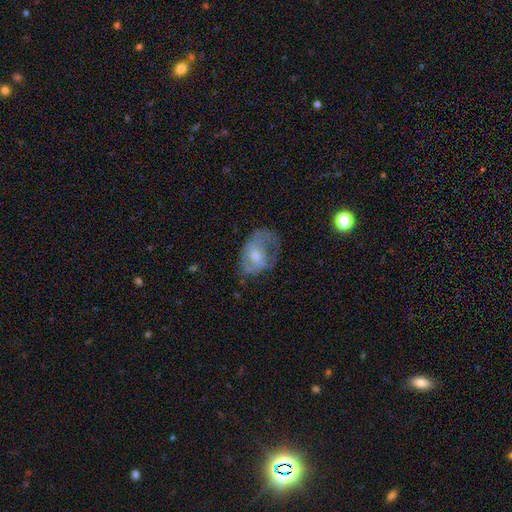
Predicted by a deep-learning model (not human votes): Q: Smooth or featured?
A: featured or disk (60%); runner-up: smooth (31%)
Q: Edge-on disk?
A: no (96%); runner-up: yes (4%)
Q: Bar?
A: no (53%); runner-up: weak (37%)
Q: Spiral arms?
A: yes (64%); runner-up: no (36%)
Q: Bulge size?
A: small (54%); runner-up: moderate (39%)
Q: Merging?
A: none (43%); runner-up: major disturbance (28%)